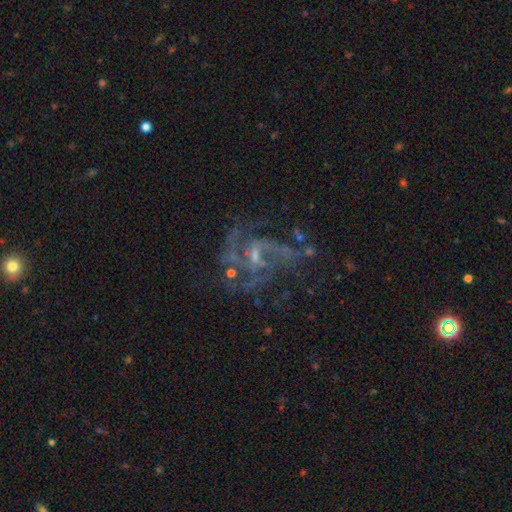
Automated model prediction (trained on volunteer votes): featured or disk 83%, star or artifact 10%, smooth 7%. Down the decision tree: edge-on disk — no (98%); bar — weak (52%); spiral arms — yes (87%); spiral arm count — 2 (32%); spiral winding — medium (52%); bulge size — small (50%); merging — none (50%).